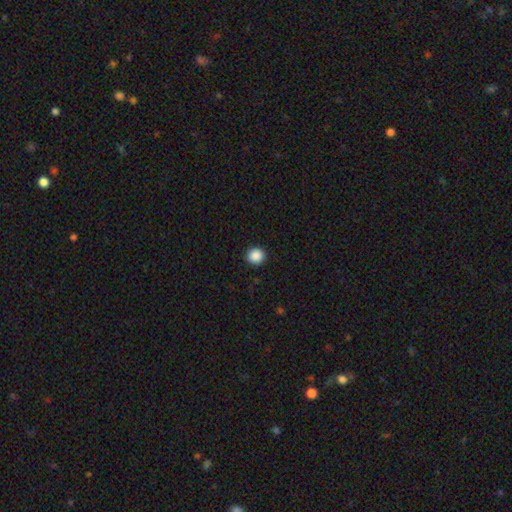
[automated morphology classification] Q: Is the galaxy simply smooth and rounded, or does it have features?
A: smooth — 89%.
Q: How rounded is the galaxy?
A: round — 91%.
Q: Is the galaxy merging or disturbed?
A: none — 93%.